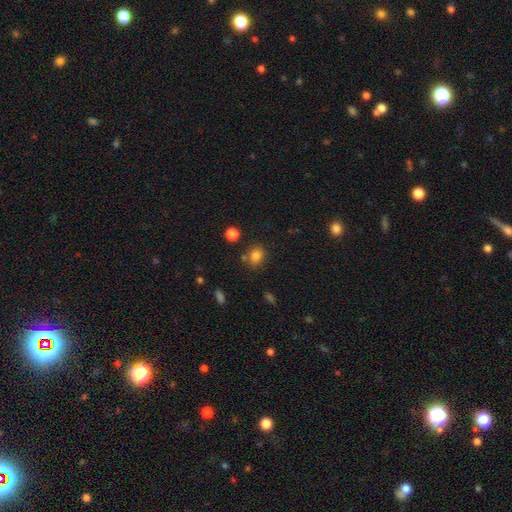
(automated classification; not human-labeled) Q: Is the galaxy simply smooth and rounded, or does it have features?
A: smooth — 81%.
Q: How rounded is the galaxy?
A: round — 51%.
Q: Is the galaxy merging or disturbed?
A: none — 73%.